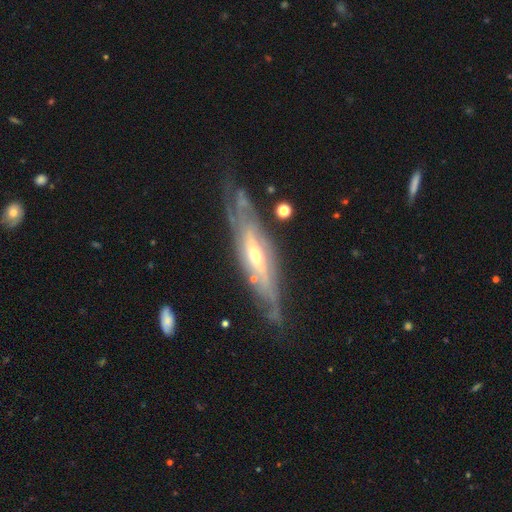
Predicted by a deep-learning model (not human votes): Smooth or featured?
  - featured or disk: 84% *
  - smooth: 11%
  - star or artifact: 5%
Edge-on disk?
  - yes: 51% *
  - no: 49%
Merging?
  - none: 69% *
  - minor disturbance: 20%
  - major disturbance: 9%
  - merger: 3%